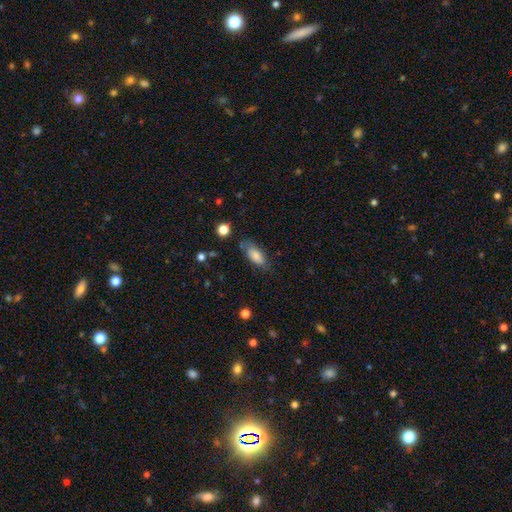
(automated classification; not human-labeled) Overall: smooth (81%). How rounded: in between (84%). Merging: none (66%).